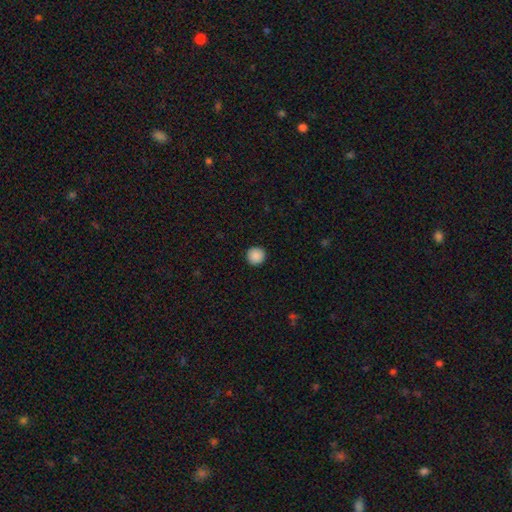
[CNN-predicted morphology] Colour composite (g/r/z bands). It shows a smooth galaxy with no disk features (89%) that is round (96%). Merging: none (93%).